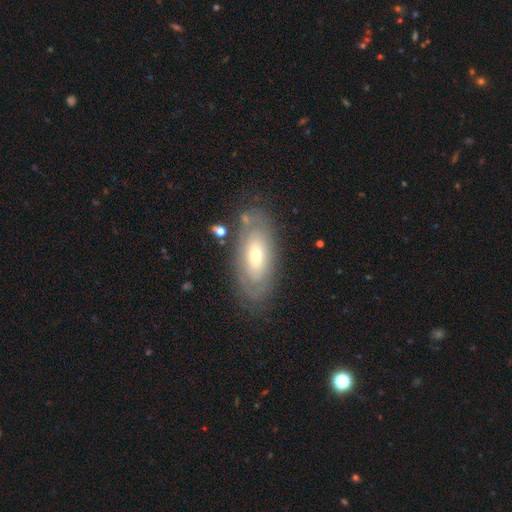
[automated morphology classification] Smooth or featured: featured or disk — 57% (smooth — 36%)
Edge-on disk: no — 88% (yes — 12%)
Bar: no — 78% (weak — 17%)
Spiral arms: yes — 52% (no — 48%)
Bulge size: moderate — 48% (small — 43%)
Merging: none — 76% (minor disturbance — 16%)